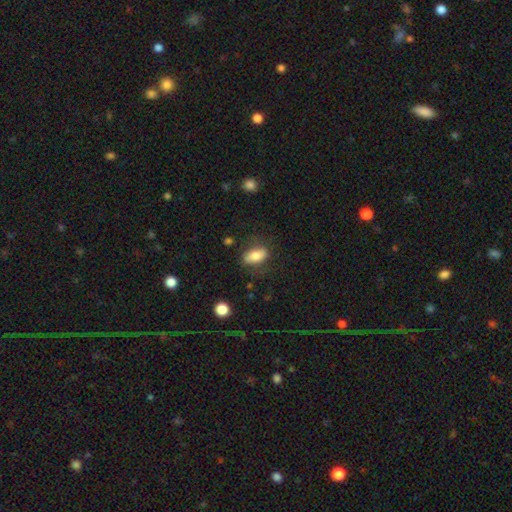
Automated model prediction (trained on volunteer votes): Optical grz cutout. It shows a smooth galaxy with no disk features (76%) that is in between round and cigar-shaped (86%). Merging: none (75%).